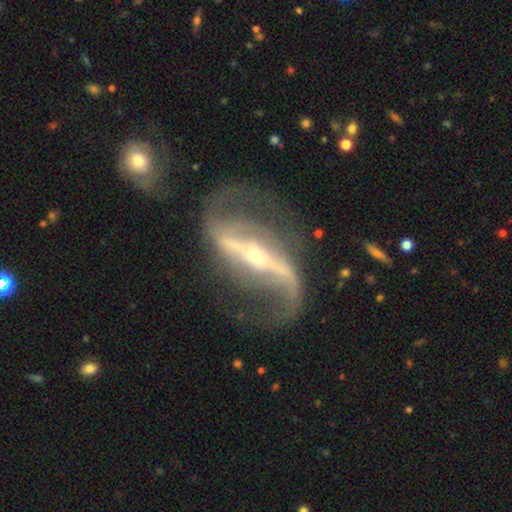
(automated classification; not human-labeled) The model was most divided on "spiral winding": loose: 67%, medium: 25%, tight: 8%. More confident: spiral arms — yes (95%); spiral arm count — 2 (93%); edge-on disk — no (92%); smooth or featured — featured or disk (92%); bar — strong (76%); bulge size — small (76%); merging — none (68%).